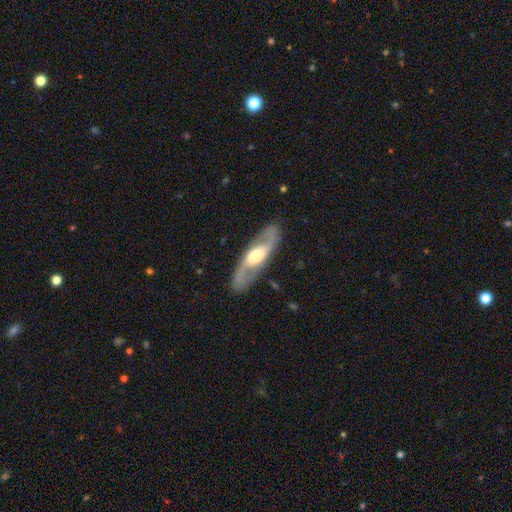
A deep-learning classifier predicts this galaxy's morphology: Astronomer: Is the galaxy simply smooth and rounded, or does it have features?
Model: featured or disk — 83%.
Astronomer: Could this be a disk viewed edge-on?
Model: no — 85%.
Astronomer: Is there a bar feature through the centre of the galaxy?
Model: no — 40%, tied with weak at 40%.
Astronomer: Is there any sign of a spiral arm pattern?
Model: yes — 91%.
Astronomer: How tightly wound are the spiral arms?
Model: medium — 48% (runner-up: loose, 38%).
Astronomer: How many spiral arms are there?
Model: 2 — 92%.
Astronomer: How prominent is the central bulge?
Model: moderate — 55% (runner-up: large, 31%).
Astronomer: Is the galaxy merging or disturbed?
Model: none — 85%.